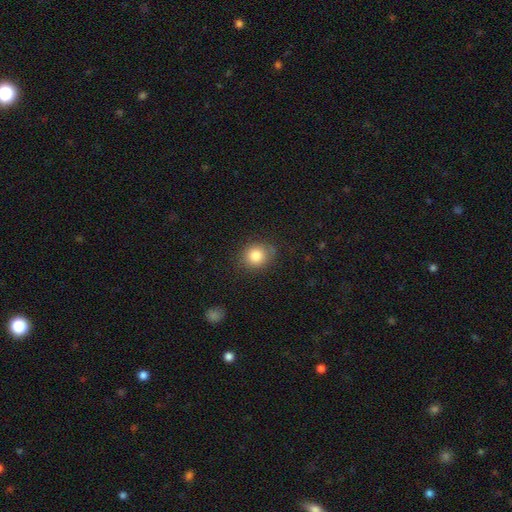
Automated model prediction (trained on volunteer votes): smooth 82%, star or artifact 10%, featured or disk 8%. Down the decision tree: how rounded — round (73%); merging — none (79%).